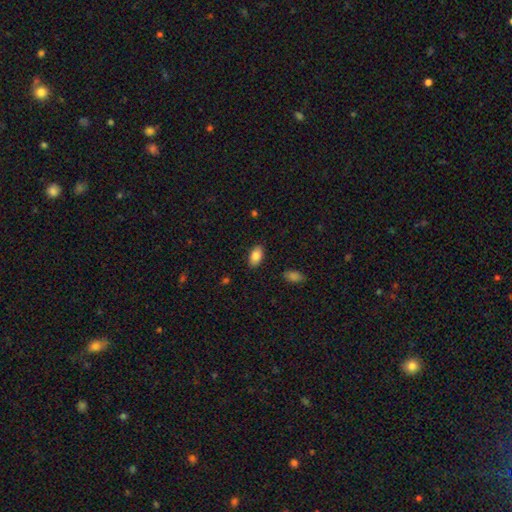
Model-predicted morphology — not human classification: The model was most divided on "merging": none: 86%, minor disturbance: 10%, major disturbance: 2%, merger: 1%. More confident: how rounded — in between (93%); smooth or featured — smooth (86%).